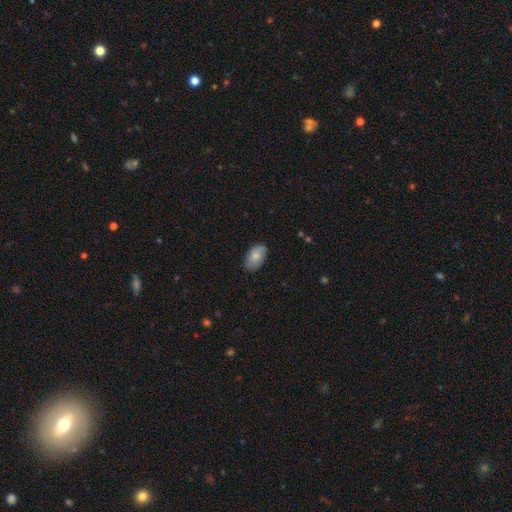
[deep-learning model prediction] smooth_or_featured: smooth (p=0.78) [alt: featured or disk p=0.16]
how_rounded: in between (p=0.93) [alt: round p=0.05]
merging: none (p=0.79) [alt: minor disturbance p=0.17]